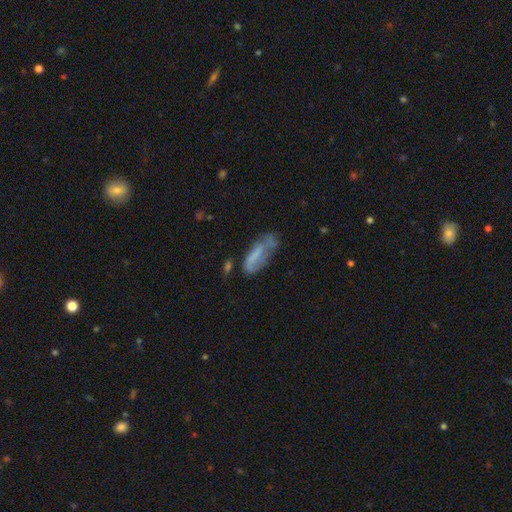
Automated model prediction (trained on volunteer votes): Smooth or featured? smooth (48%)
Merging? none (38%)